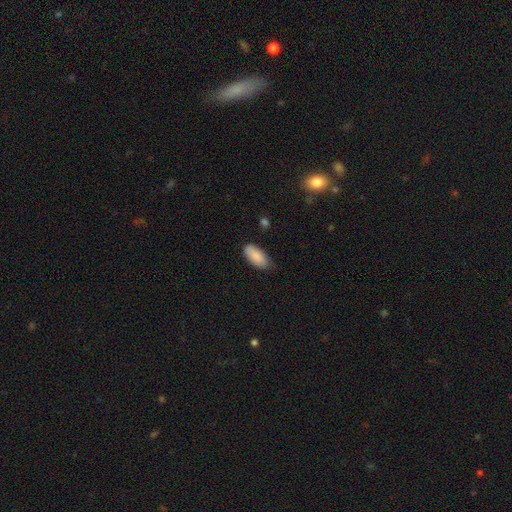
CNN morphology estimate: smooth-or-featured: smooth: 87% | featured or disk: 7% | star or artifact: 6%
  how-rounded: in between: 91% | cigar-shaped: 7% | round: 2%
  merging: none: 63% | minor disturbance: 31% | major disturbance: 5% | merger: 2%